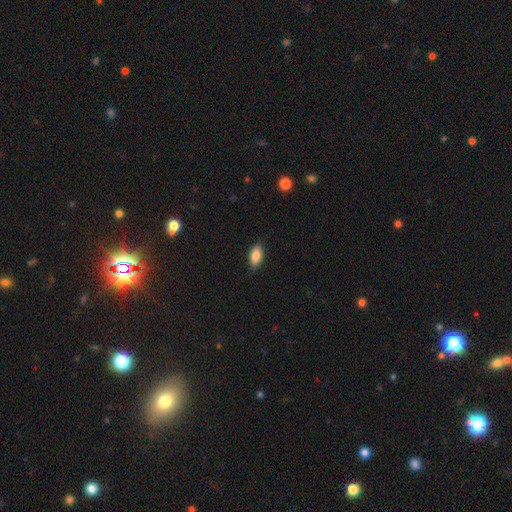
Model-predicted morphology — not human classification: Smooth or featured: smooth — 86% (featured or disk — 7%)
How rounded: in between — 91% (cigar-shaped — 5%)
Merging: none — 83% (minor disturbance — 14%)